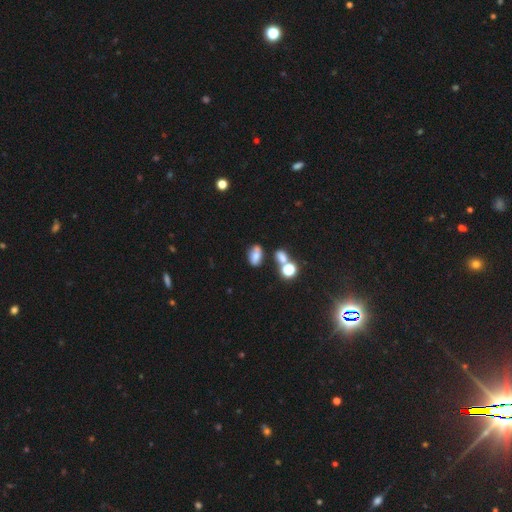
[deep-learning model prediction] The model was most divided on "merging": none: 60%, minor disturbance: 17%, merger: 17%, major disturbance: 6%. More confident: how rounded — in between (80%); smooth or featured — smooth (64%).